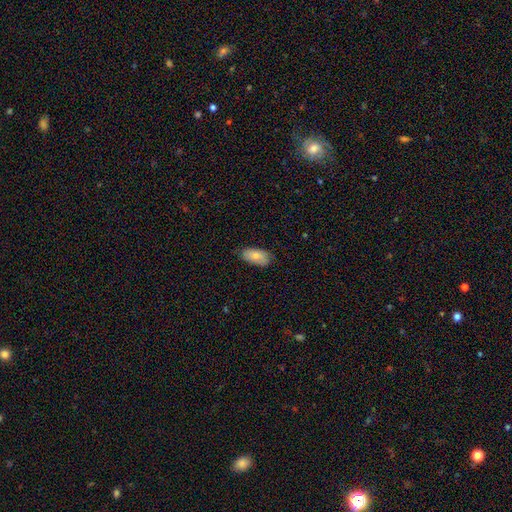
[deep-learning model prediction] Smooth or featured? Predicted: smooth (p=0.79). How rounded? Predicted: in between (p=0.92). Merging? Predicted: none (p=0.75).